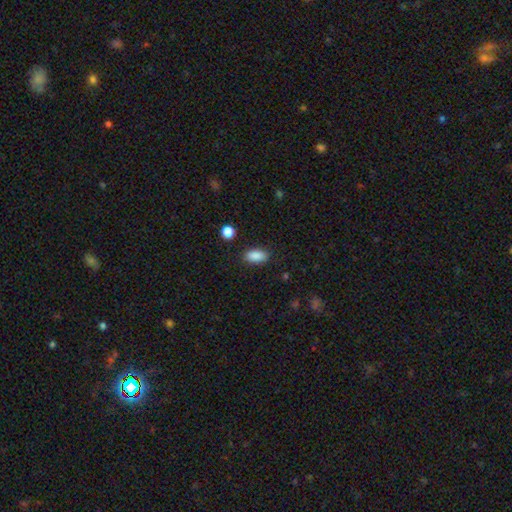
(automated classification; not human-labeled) Smooth or featured? Predicted: smooth (p=0.88). How rounded? Predicted: in between (p=0.90). Merging? Predicted: none (p=0.87).